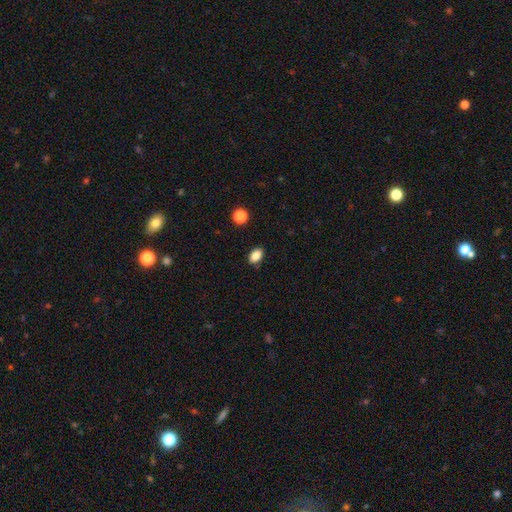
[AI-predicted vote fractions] smooth-or-featured: smooth: 86% | star or artifact: 10% | featured or disk: 5%
  how-rounded: in between: 86% | round: 13% | cigar-shaped: 2%
  merging: none: 87% | minor disturbance: 9% | major disturbance: 2% | merger: 2%